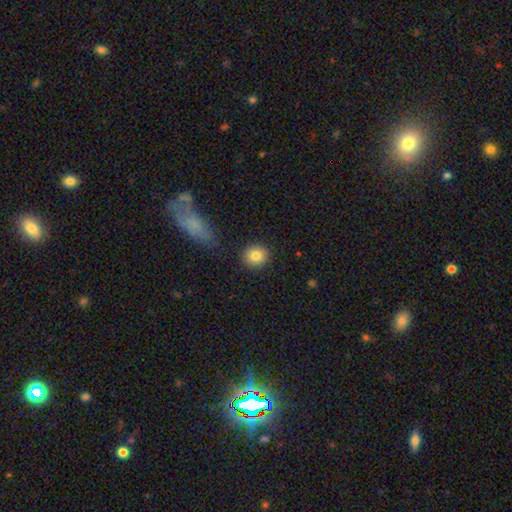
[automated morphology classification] A smooth galaxy with no disk features (84%) that is round (88%). Merging: none (90%).